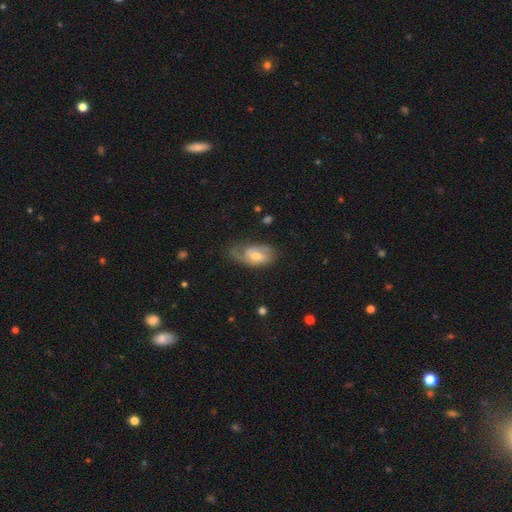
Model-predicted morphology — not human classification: Smooth or featured? Predicted: featured or disk (p=0.74). Edge-on disk? Predicted: no (p=0.95). Bar? Predicted: weak (p=0.47). Spiral arms? Predicted: yes (p=0.92). Spiral winding? Predicted: medium (p=0.45). Spiral arm count? Predicted: 2 (p=0.69). Bulge size? Predicted: moderate (p=0.58). Merging? Predicted: none (p=0.64).